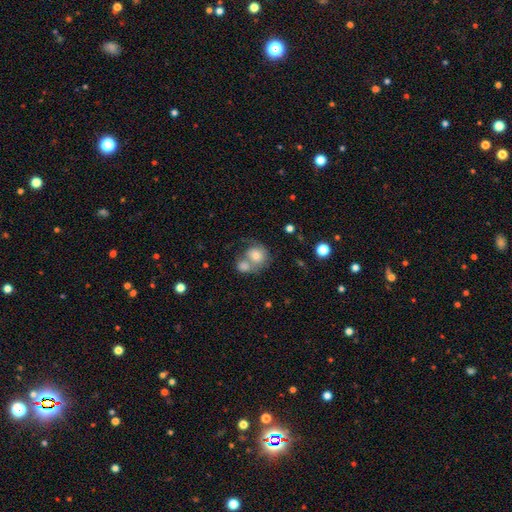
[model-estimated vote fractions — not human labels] Overall: smooth (71%). How rounded: round (75%). Merging: merger (56%; none 26%).